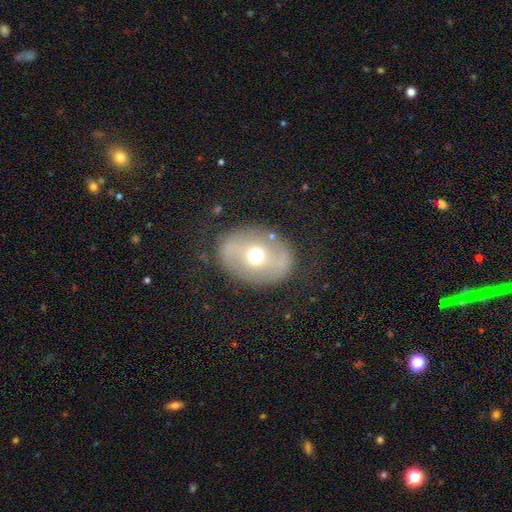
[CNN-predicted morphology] A featured or disk galaxy (54%) with no bar (45%), no spiral arms (71%) and a moderate central bulge (74%).

Vote fractions:
- Smooth or featured? featured or disk: 54% / smooth: 37% / star or artifact: 9%
- Edge-on disk? no: 93% / yes: 7%
- Bar? no: 45% / weak: 29% / strong: 25%
- Spiral arms? no: 71% / yes: 29%
- Bulge size? moderate: 74% / small: 13% / large: 11% / dominant: 2% / none: 1%
- Merging? none: 79% / minor disturbance: 13% / major disturbance: 7% / merger: 1%